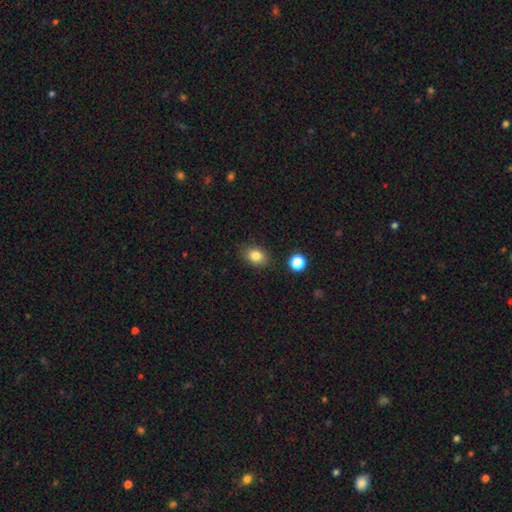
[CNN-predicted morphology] Smooth or featured?
  - smooth: 83% *
  - star or artifact: 10%
  - featured or disk: 7%
How rounded?
  - in between: 65% *
  - round: 34%
  - cigar-shaped: 1%
Merging?
  - none: 84% *
  - minor disturbance: 11%
  - major disturbance: 3%
  - merger: 2%